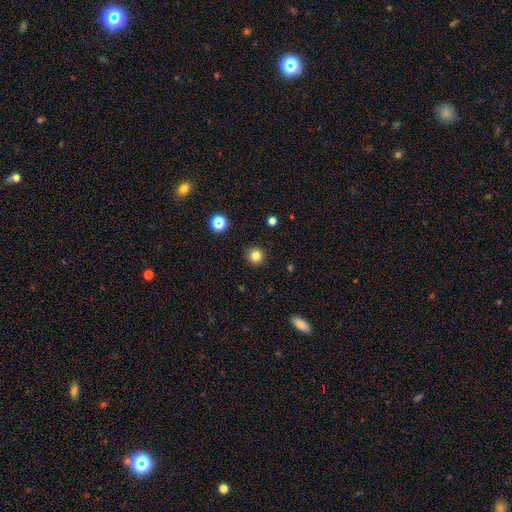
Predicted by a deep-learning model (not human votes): Smooth or featured? smooth (81%)
How rounded? round (95%)
Merging? none (92%)